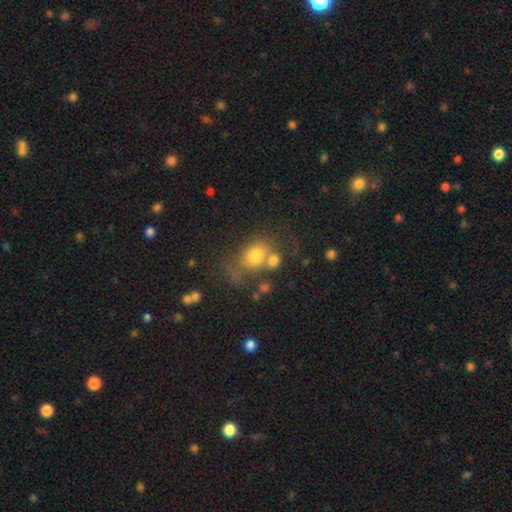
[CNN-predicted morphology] Smooth or featured?
  - smooth: 72% *
  - featured or disk: 15%
  - star or artifact: 13%
How rounded?
  - in between: 49% * (tied)
  - round: 49% * (tied)
  - cigar-shaped: 1%
Merging?
  - none: 39% *
  - merger: 31%
  - minor disturbance: 17%
  - major disturbance: 13%